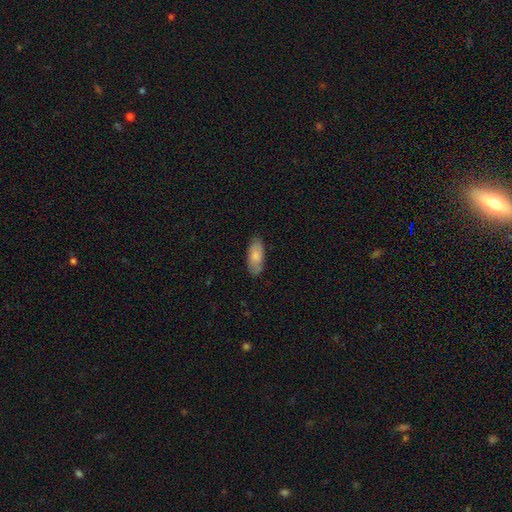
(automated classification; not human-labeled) A smooth galaxy with no disk features (80%) that is in between round and cigar-shaped (86%).

Vote fractions:
- Smooth or featured? smooth: 80% / featured or disk: 14% / star or artifact: 6%
- How rounded? in between: 86% / cigar-shaped: 12% / round: 2%
- Merging? none: 81% / minor disturbance: 15% / major disturbance: 3% / merger: 1%